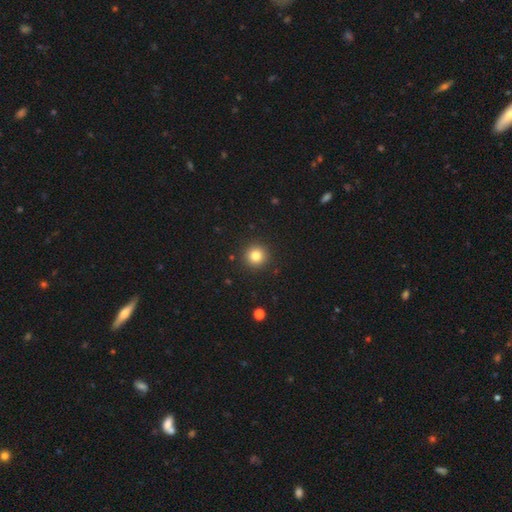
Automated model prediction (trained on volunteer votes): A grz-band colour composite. It shows a smooth galaxy with no disk features (82%) that is round (95%). Merging: none (92%).